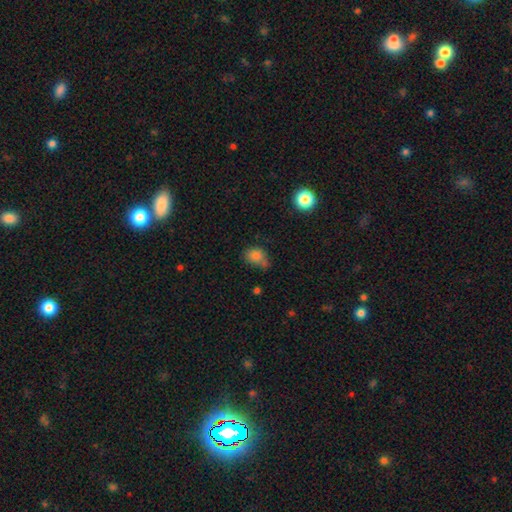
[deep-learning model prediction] A smooth galaxy with no disk features (79%) that is in between round and cigar-shaped (59%). Merging: none (48%).